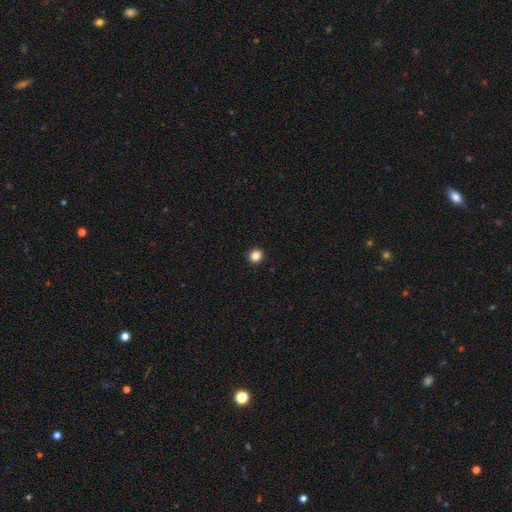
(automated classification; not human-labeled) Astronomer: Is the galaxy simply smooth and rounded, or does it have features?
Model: smooth — 85%.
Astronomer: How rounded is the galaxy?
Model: round — 88%.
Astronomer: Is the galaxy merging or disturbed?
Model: none — 93%.